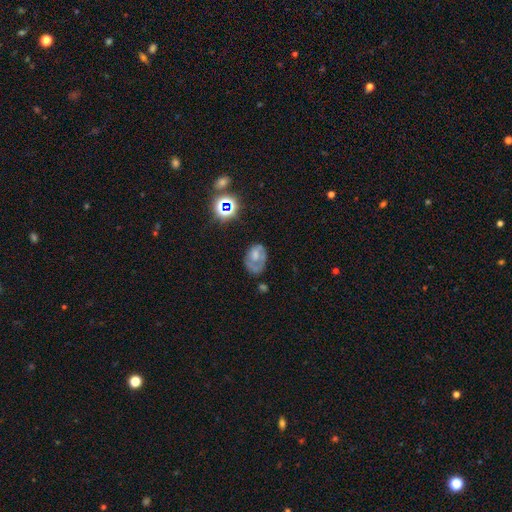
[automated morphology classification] A featured or disk galaxy (44%).

Vote fractions:
- Smooth or featured? featured or disk: 44% / smooth: 42% / star or artifact: 14%
- Merging? none: 43% / minor disturbance: 29% / major disturbance: 24% / merger: 4%